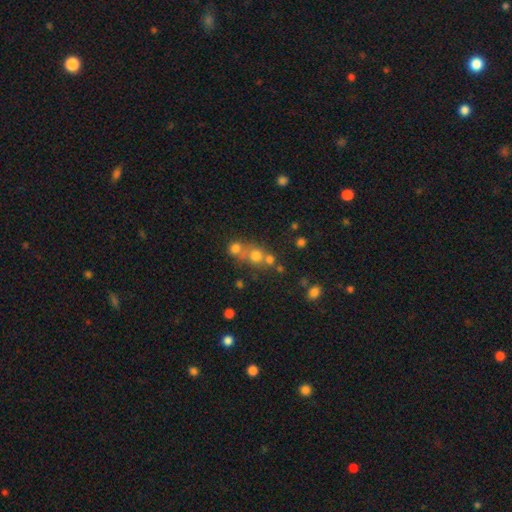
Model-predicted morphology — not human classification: A smooth galaxy with no disk features (67%) that is round (84%). Merging: none (45%).